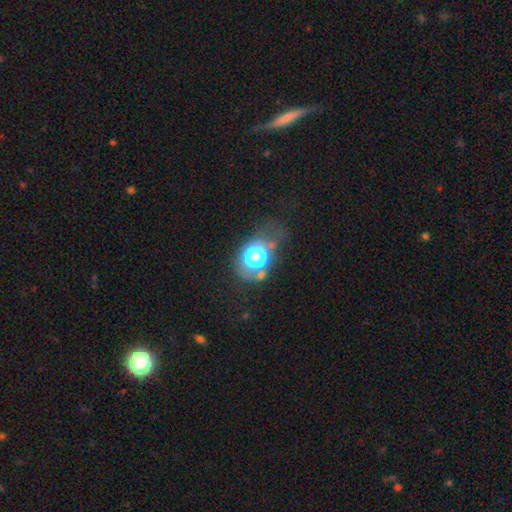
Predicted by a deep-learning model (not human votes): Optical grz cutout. It shows a smooth galaxy with no disk features (60%) that is round (57%). Merging: none (46%).